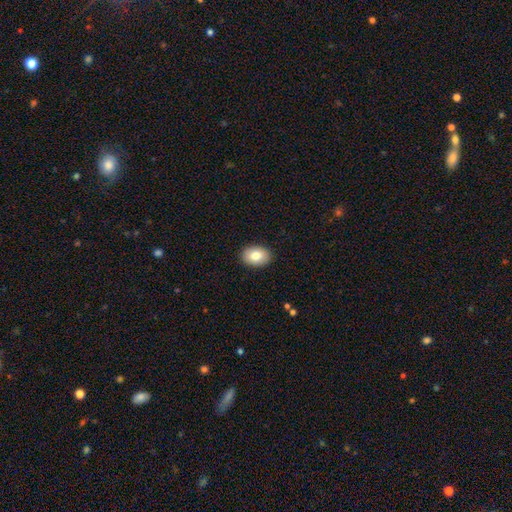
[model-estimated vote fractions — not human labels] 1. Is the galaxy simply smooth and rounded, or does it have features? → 82% smooth, 10% featured or disk, 7% star or artifact.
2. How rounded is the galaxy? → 81% in between, 18% round, 1% cigar-shaped.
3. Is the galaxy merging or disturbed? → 90% none, 7% minor disturbance, 2% major disturbance, 1% merger.